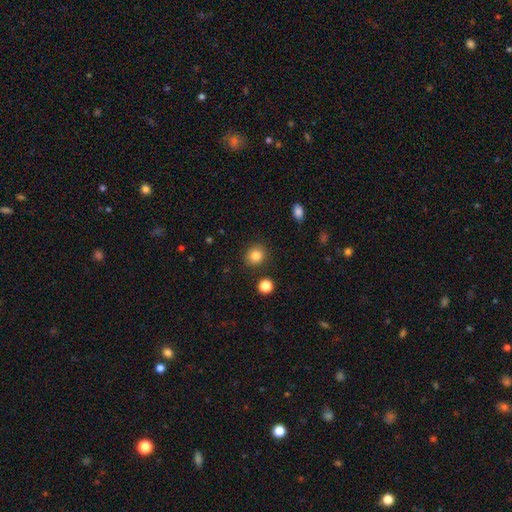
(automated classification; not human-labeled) The model was most divided on "how rounded": round: 83%, in between: 16%, cigar-shaped: 1%. More confident: merging — none (88%); smooth or featured — smooth (84%).